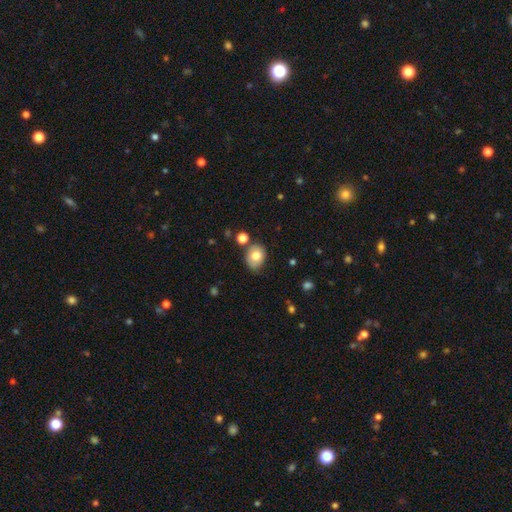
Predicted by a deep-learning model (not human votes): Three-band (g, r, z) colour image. It shows a smooth galaxy with no disk features (75%) that is in between round and cigar-shaped (56%). Merging: none (70%).